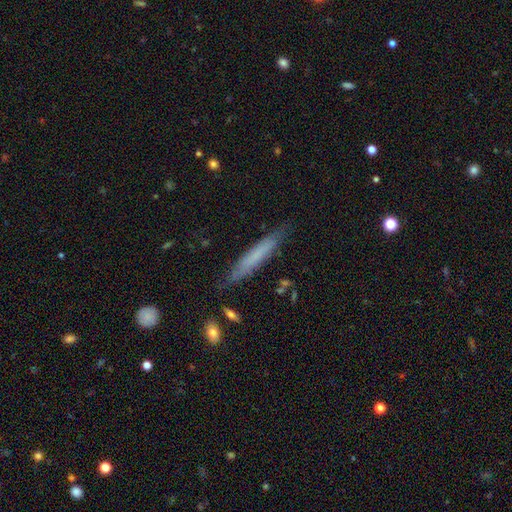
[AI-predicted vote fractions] This appears to be a smooth galaxy with no disk features (59%) that is cigar-shaped (93%). Merging: none (81%).